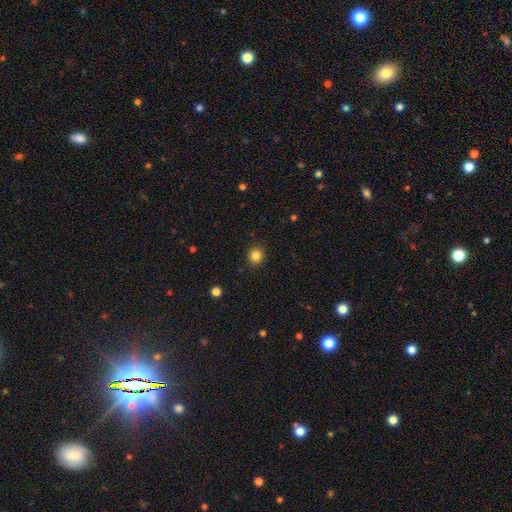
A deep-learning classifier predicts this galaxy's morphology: A smooth galaxy with no disk features (84%) that is round (82%). Merging: none (90%).